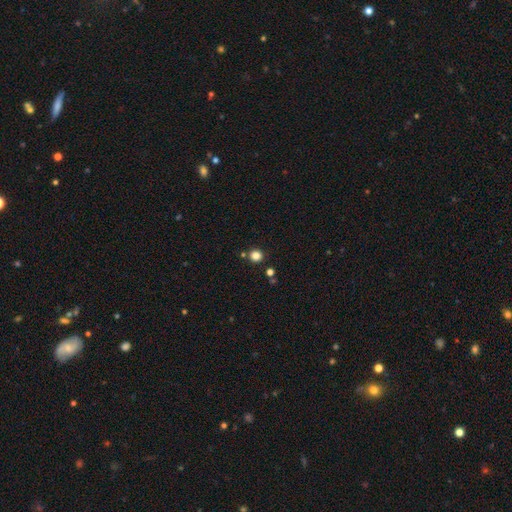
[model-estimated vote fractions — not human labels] Q: Smooth or featured?
A: smooth (81%); runner-up: star or artifact (15%)
Q: How rounded?
A: round (92%); runner-up: in between (7%)
Q: Merging?
A: none (85%); runner-up: minor disturbance (6%)